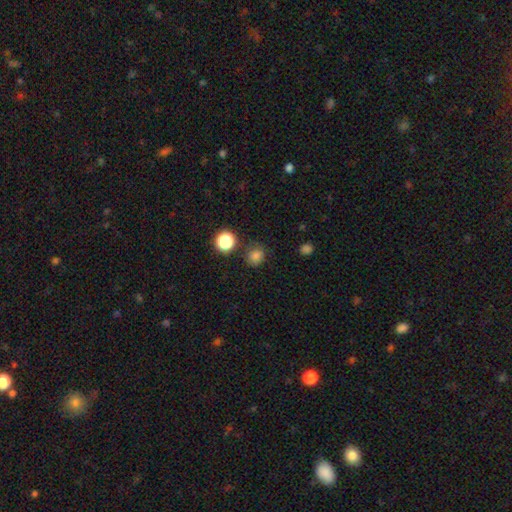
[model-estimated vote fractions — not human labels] A smooth galaxy with no disk features (79%) that is round (81%).

Vote fractions:
- Smooth or featured? smooth: 79% / star or artifact: 16% / featured or disk: 5%
- How rounded? round: 81% / in between: 18% / cigar-shaped: 1%
- Merging? none: 78% / minor disturbance: 13% / merger: 5% / major disturbance: 4%